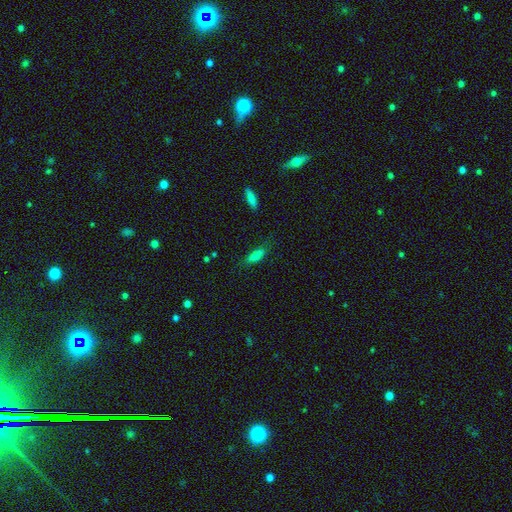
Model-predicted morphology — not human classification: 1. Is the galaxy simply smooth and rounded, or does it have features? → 81% smooth, 10% featured or disk, 10% star or artifact.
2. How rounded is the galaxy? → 59% in between, 39% cigar-shaped, 2% round.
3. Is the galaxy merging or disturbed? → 71% none, 21% minor disturbance, 6% major disturbance, 2% merger.